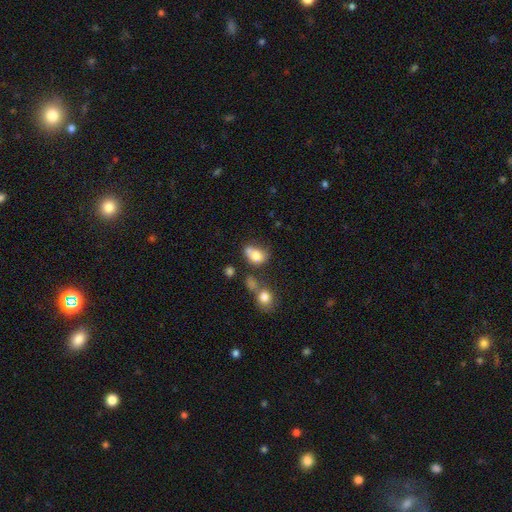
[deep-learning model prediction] Overall: smooth (75%). How rounded: in between (61%; round 38%). Merging: none (35%, tied with merger).